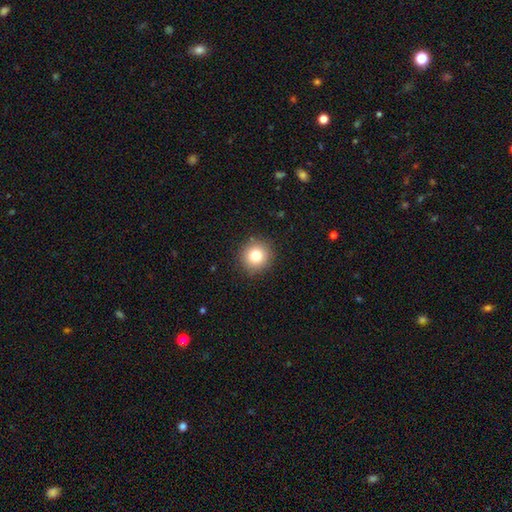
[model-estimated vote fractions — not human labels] smooth-or-featured: smooth: 80% | star or artifact: 12% | featured or disk: 9%
  how-rounded: round: 93% | in between: 6% | cigar-shaped: 1%
  merging: none: 90% | minor disturbance: 7% | major disturbance: 2% | merger: 1%